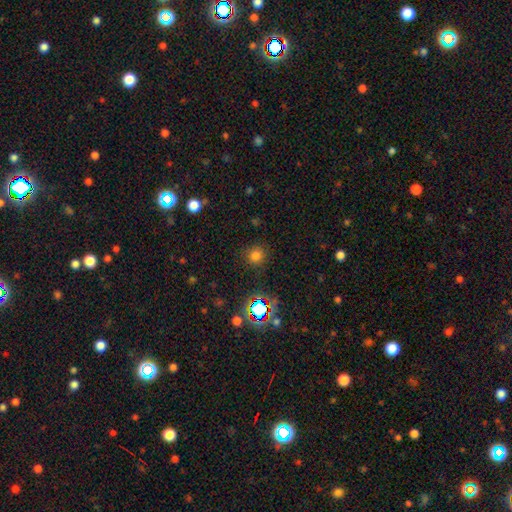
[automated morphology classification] Smooth or featured?
  - smooth: 73% *
  - star or artifact: 21%
  - featured or disk: 6%
How rounded?
  - round: 92% *
  - in between: 7%
  - cigar-shaped: 1%
Merging?
  - none: 88% *
  - minor disturbance: 8%
  - major disturbance: 3%
  - merger: 2%